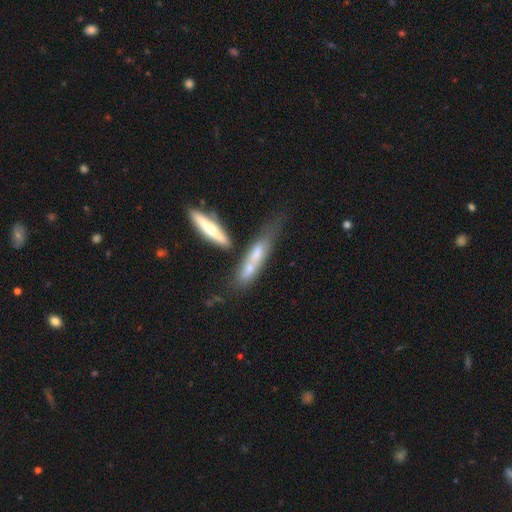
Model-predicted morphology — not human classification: smooth-or-featured: smooth: 54% | featured or disk: 37% | star or artifact: 9%
  how-rounded: cigar-shaped: 73% | in between: 24% | round: 3%
  merging: merger: 36% | none: 35% | minor disturbance: 18% | major disturbance: 11%